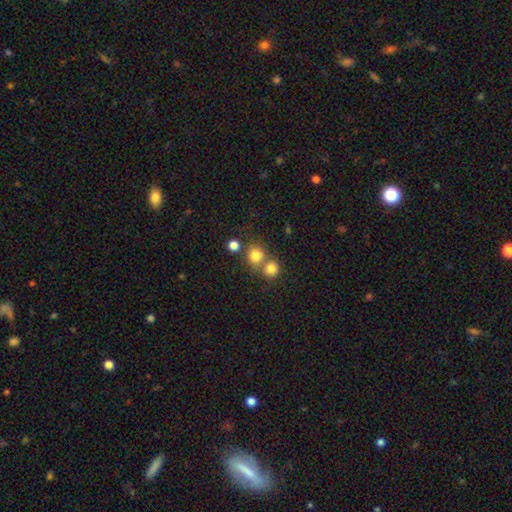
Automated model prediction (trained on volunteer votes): Q: Smooth or featured?
A: smooth (79%); runner-up: star or artifact (13%)
Q: How rounded?
A: round (86%); runner-up: in between (13%)
Q: Merging?
A: none (53%); runner-up: merger (37%)